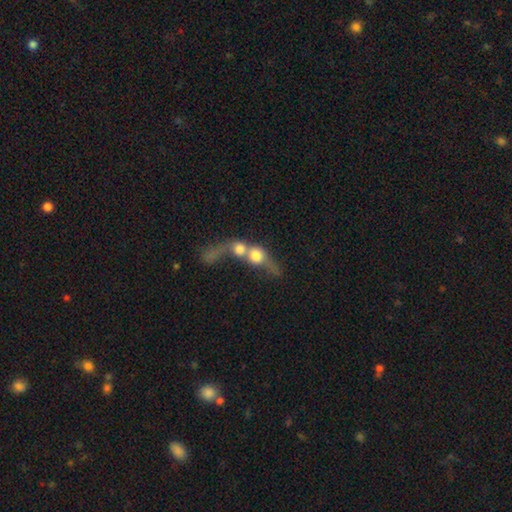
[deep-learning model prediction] A smooth galaxy with no disk features (56%) that is round (57%).

Vote fractions:
- Smooth or featured? smooth: 56% / featured or disk: 33% / star or artifact: 11%
- How rounded? round: 57% / in between: 30% / cigar-shaped: 13%
- Merging? merger: 80% / none: 9% / major disturbance: 7% / minor disturbance: 4%